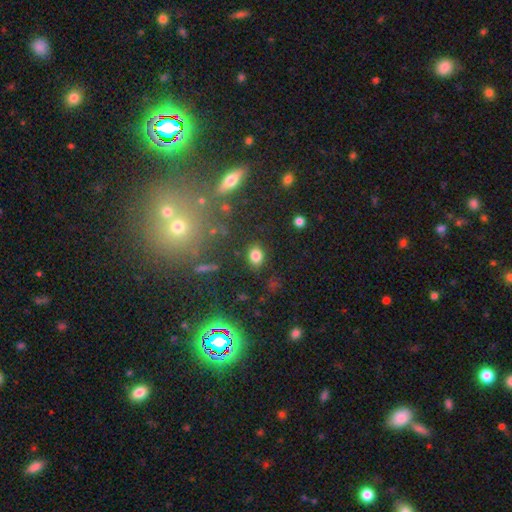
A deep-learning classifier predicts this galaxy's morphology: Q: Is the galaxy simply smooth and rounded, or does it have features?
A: smooth — 81%.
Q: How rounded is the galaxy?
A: in between — 62%.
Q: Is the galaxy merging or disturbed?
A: none — 85%.